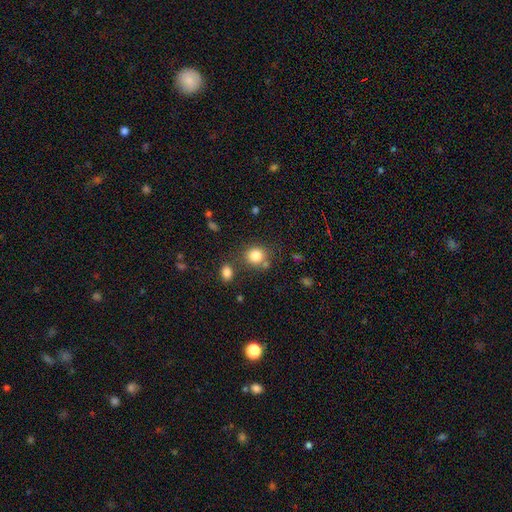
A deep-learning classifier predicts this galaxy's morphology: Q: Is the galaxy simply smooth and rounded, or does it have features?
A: smooth — 83%.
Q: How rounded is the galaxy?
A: round — 80%.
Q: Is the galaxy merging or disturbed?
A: none — 68%.